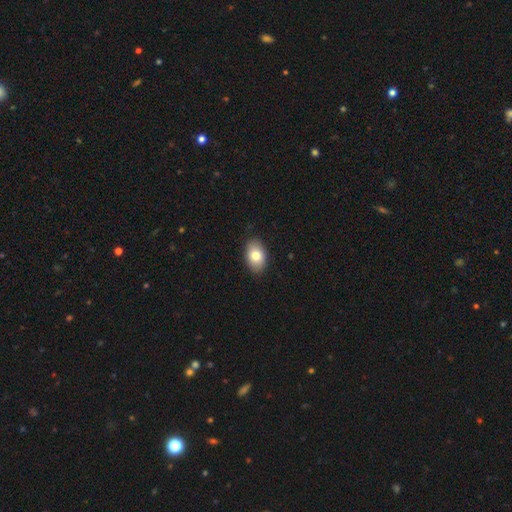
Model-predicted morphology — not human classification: smooth_or_featured: smooth (p=0.81) [alt: featured or disk p=0.12]
how_rounded: in between (p=0.86) [alt: round p=0.13]
merging: none (p=0.88) [alt: minor disturbance p=0.09]